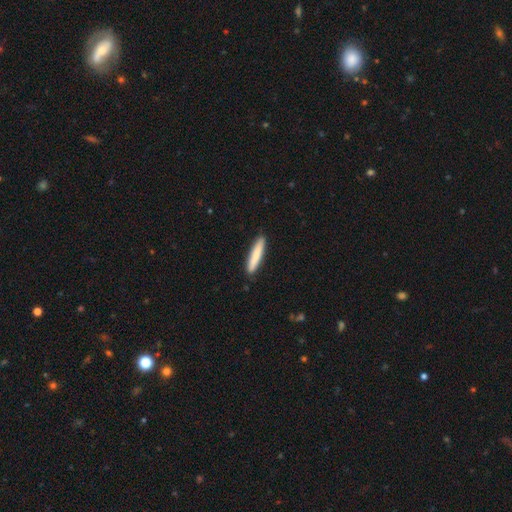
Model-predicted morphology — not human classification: smooth_or_featured: smooth (p=0.82) [alt: featured or disk p=0.13]
how_rounded: cigar-shaped (p=0.92) [alt: in between p=0.07]
merging: none (p=0.91) [alt: minor disturbance p=0.07]